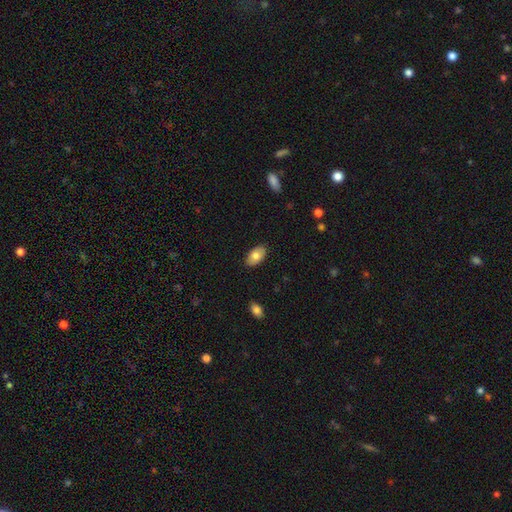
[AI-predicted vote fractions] Smooth or featured?
  - smooth: 79% *
  - featured or disk: 15%
  - star or artifact: 6%
How rounded?
  - in between: 94% *
  - round: 4%
  - cigar-shaped: 2%
Merging?
  - none: 87% *
  - minor disturbance: 10%
  - major disturbance: 2%
  - merger: 1%